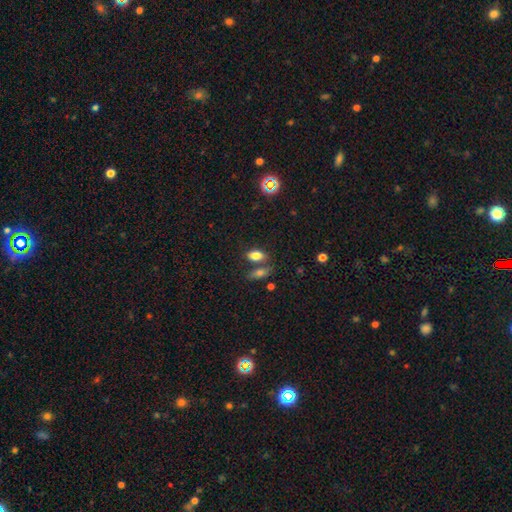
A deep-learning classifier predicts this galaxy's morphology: smooth_or_featured: smooth (p=0.79) [alt: featured or disk p=0.11]
how_rounded: in between (p=0.86) [alt: round p=0.07]
merging: none (p=0.59) [alt: merger p=0.25]